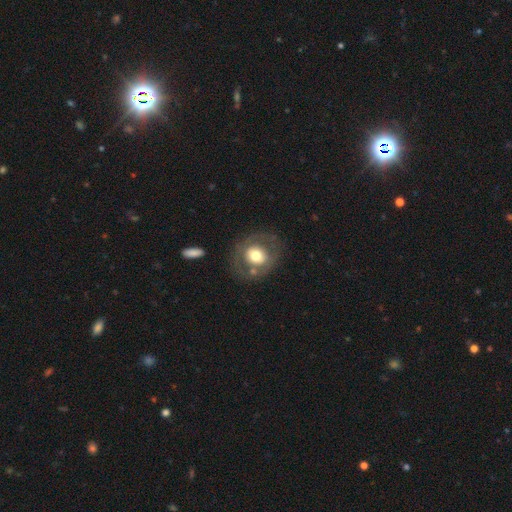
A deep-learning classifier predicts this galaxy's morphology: Smooth or featured? smooth (55%)
How rounded? round (78%)
Merging? none (73%)